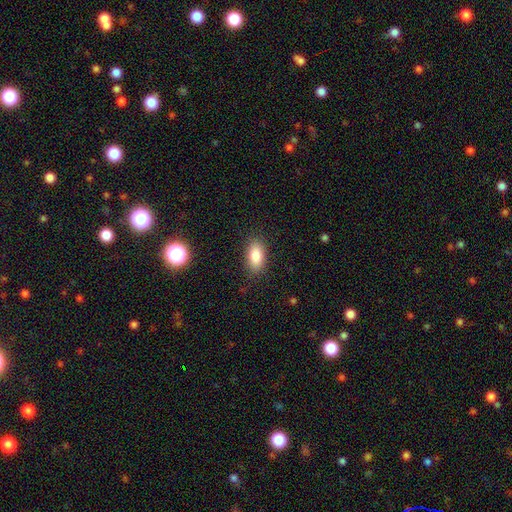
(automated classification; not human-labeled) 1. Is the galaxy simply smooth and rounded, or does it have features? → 84% smooth, 8% featured or disk, 8% star or artifact.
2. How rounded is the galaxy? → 89% in between, 6% cigar-shaped, 5% round.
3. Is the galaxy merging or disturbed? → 86% none, 10% minor disturbance, 3% major disturbance, 1% merger.